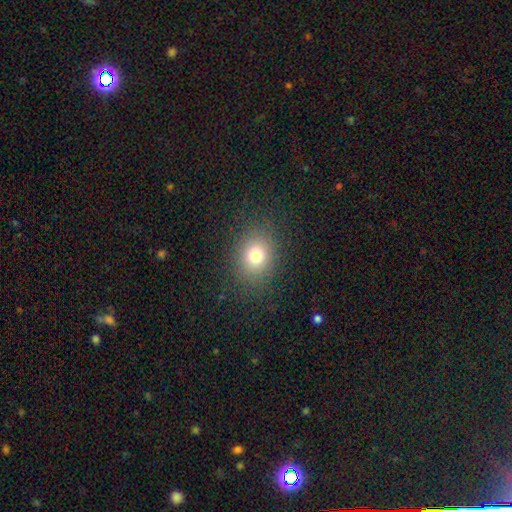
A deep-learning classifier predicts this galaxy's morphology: This appears to be a smooth galaxy with no disk features (75%) that is round (64%). Merging: none (86%).